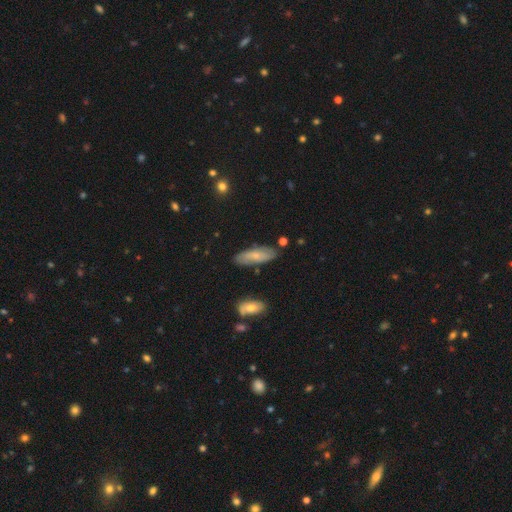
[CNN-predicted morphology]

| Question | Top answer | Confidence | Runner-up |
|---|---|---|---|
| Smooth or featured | smooth | 60% | featured or disk (33%) |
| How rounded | in between | 66% | cigar-shaped (32%) |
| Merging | none | 78% | minor disturbance (15%) |